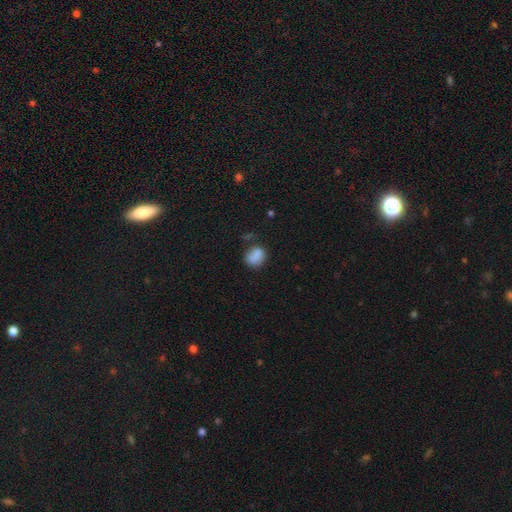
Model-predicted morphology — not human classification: The model was most divided on "how rounded": round: 55%, in between: 44%, cigar-shaped: 1%. More confident: smooth or featured — smooth (80%); merging — none (56%).